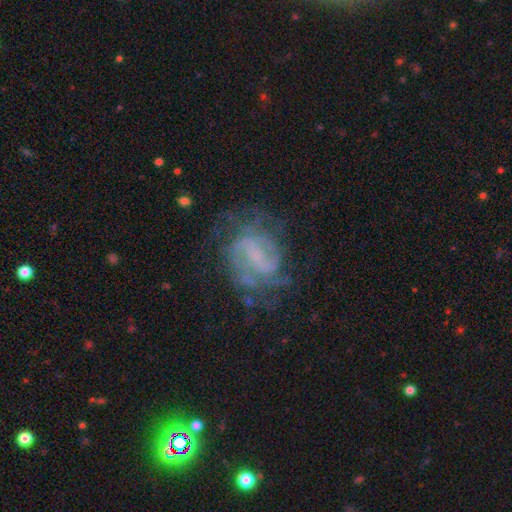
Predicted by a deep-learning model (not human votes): This appears to be a featured or disk galaxy (77%) with a weak bar (47%), 2 (48%) medium (42%) spiral arms (86%) and no central bulge (50%). Merging: none (60%).